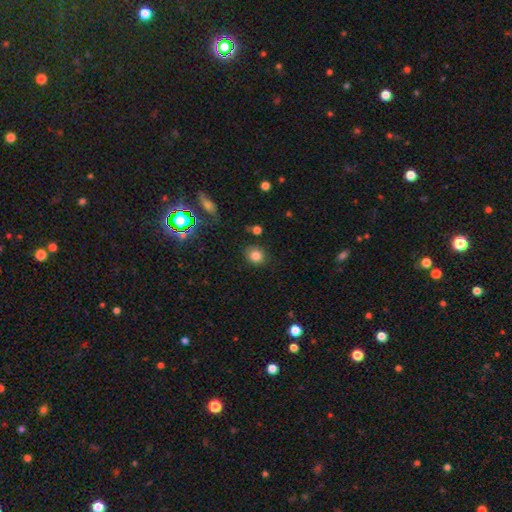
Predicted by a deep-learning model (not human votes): Smooth or featured: smooth — 81% (star or artifact — 13%)
How rounded: round — 76% (in between — 24%)
Merging: none — 83% (minor disturbance — 12%)